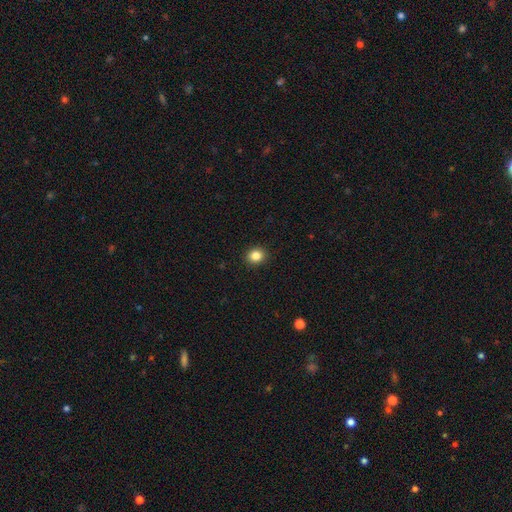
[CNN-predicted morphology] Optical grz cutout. It shows a smooth galaxy with no disk features (85%) that is round (73%). Merging: none (92%).